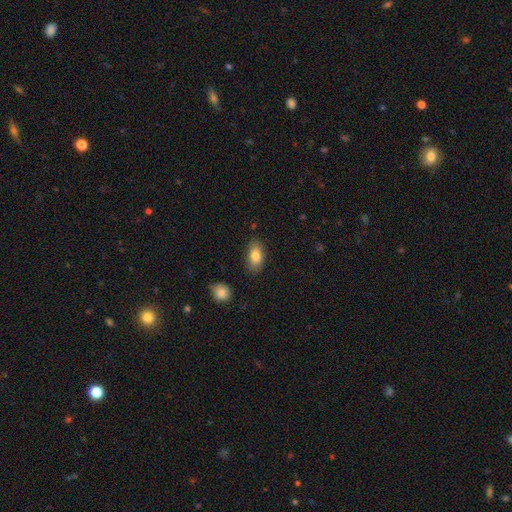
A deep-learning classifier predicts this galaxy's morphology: smooth-or-featured: smooth: 83% | featured or disk: 10% | star or artifact: 7%
  how-rounded: in between: 91% | round: 5% | cigar-shaped: 4%
  merging: none: 83% | minor disturbance: 13% | major disturbance: 3% | merger: 2%